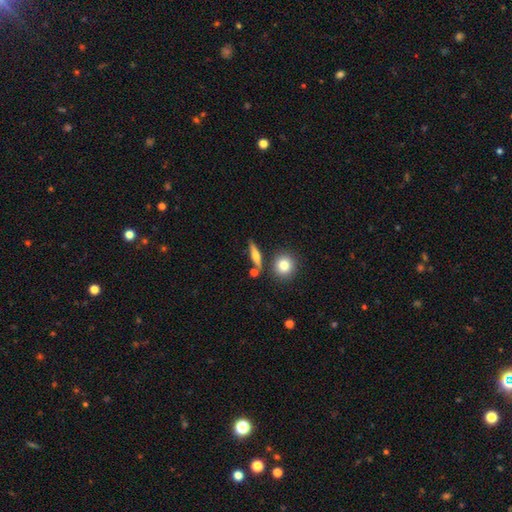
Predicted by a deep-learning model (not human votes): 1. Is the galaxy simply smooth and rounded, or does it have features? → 46% smooth (tied), 46% featured or disk (tied), 9% star or artifact.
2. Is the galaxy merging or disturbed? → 79% none, 10% minor disturbance, 7% merger, 3% major disturbance.